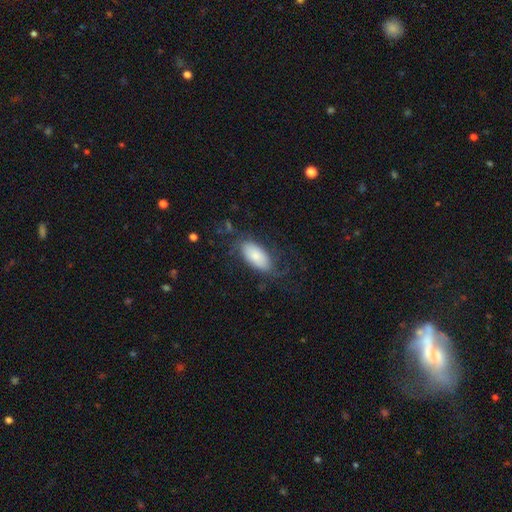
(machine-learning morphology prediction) Smooth or featured?
  - smooth: 70% *
  - featured or disk: 23%
  - star or artifact: 7%
How rounded?
  - in between: 91% *
  - cigar-shaped: 7%
  - round: 2%
Merging?
  - none: 59% *
  - minor disturbance: 22%
  - major disturbance: 17%
  - merger: 2%